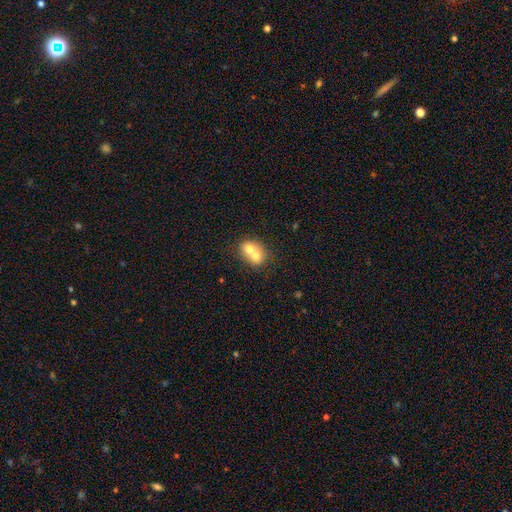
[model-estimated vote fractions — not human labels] Overall: smooth (66%). How rounded: round (59%; in between 40%). Merging: merger (72%).